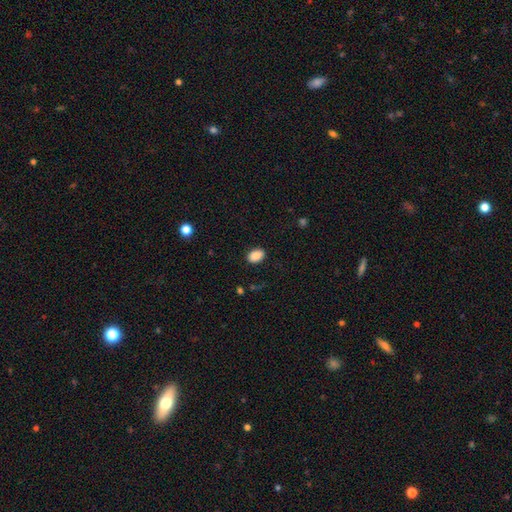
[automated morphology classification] A smooth galaxy with no disk features (87%) that is in between round and cigar-shaped (80%). Merging: none (87%).